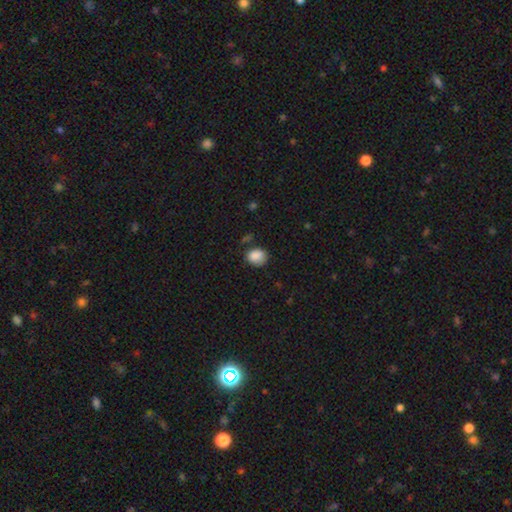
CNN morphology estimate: Smooth or featured: smooth — 87% (star or artifact — 9%)
How rounded: round — 59% (in between — 41%)
Merging: none — 69% (minor disturbance — 22%)